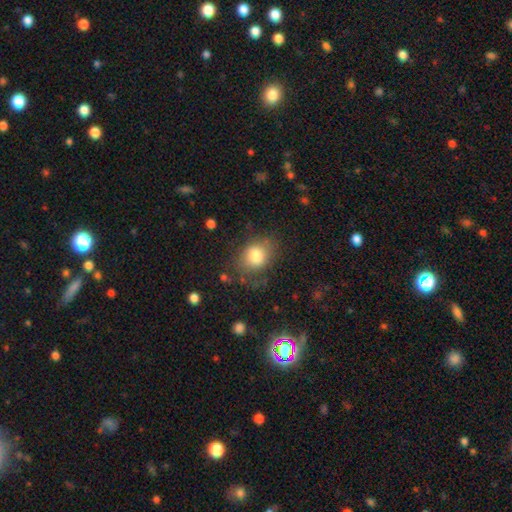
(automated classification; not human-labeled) Smooth or featured?
  - smooth: 80% *
  - featured or disk: 11%
  - star or artifact: 9%
How rounded?
  - in between: 53% *
  - round: 46%
  - cigar-shaped: 1%
Merging?
  - none: 67% *
  - minor disturbance: 20%
  - major disturbance: 10%
  - merger: 2%